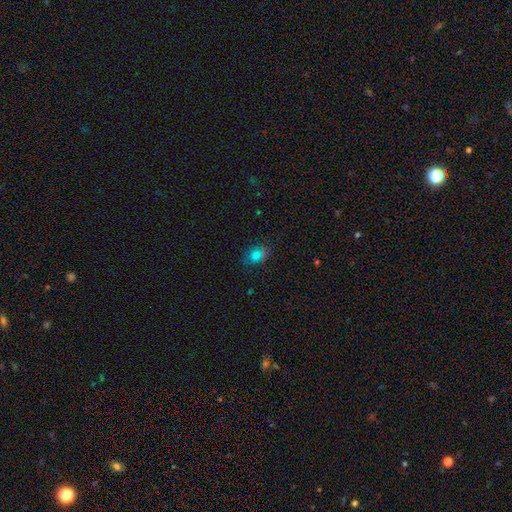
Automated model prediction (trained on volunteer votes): smooth 68%, star or artifact 21%, featured or disk 11%. Down the decision tree: how rounded — in between (65%); merging — none (75%).